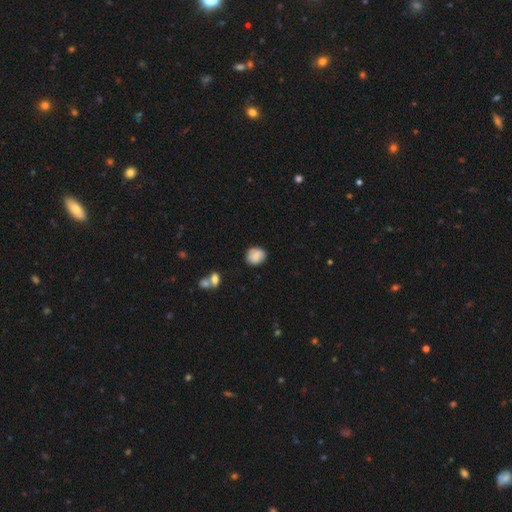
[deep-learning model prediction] Smooth or featured? Predicted: smooth (p=0.84). How rounded? Predicted: round (p=0.74). Merging? Predicted: none (p=0.82).